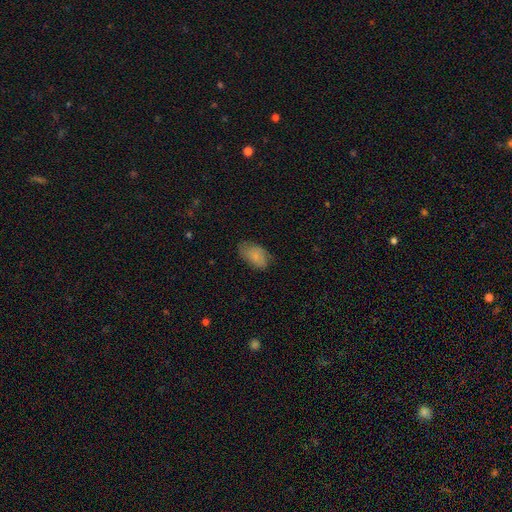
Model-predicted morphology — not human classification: Smooth or featured: smooth — 79% (featured or disk — 14%)
How rounded: in between — 92% (round — 6%)
Merging: none — 63% (minor disturbance — 28%)